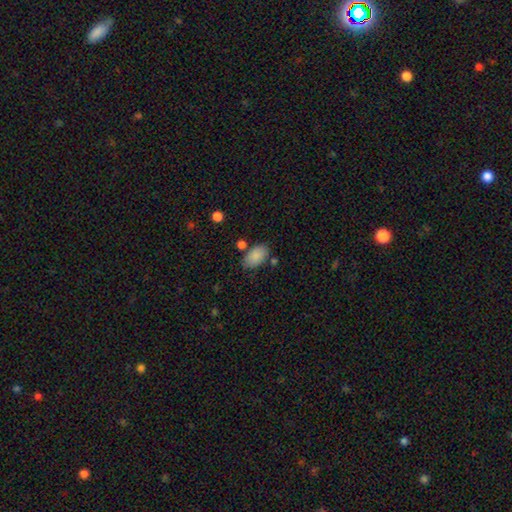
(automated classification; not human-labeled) Overall: smooth (87%). How rounded: in between (93%). Merging: none (72%).